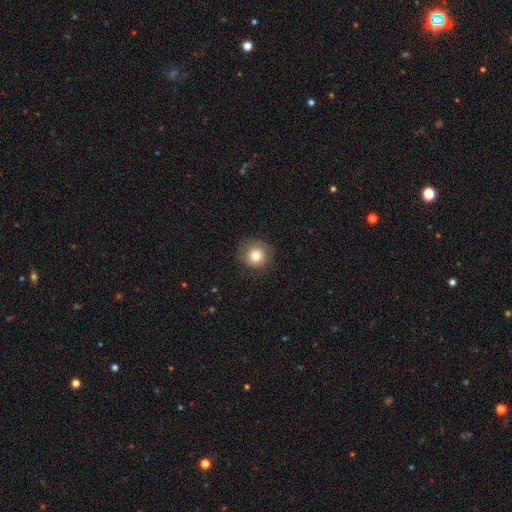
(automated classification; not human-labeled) This appears to be a smooth galaxy with no disk features (82%) that is round (91%). Merging: none (84%).